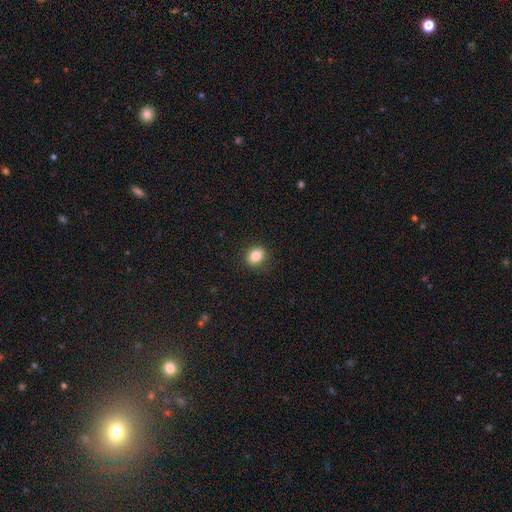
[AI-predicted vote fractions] Smooth or featured? smooth (84%)
How rounded? in between (53%)
Merging? none (87%)